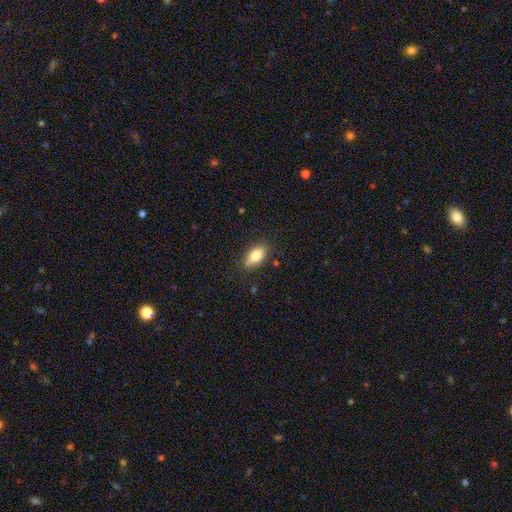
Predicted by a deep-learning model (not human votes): A smooth galaxy with no disk features (81%) that is in between round and cigar-shaped (89%). Merging: none (79%).